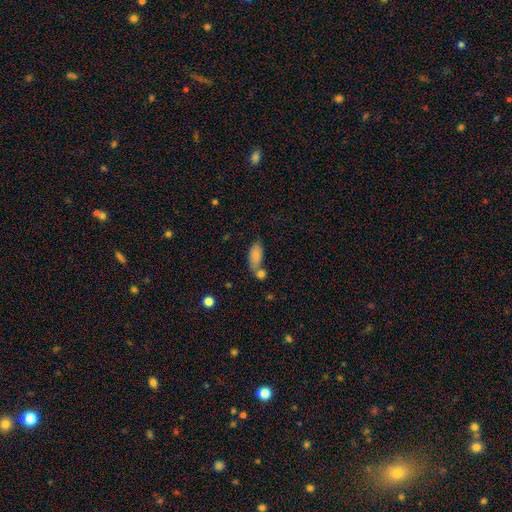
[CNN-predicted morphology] This is clearly a smooth galaxy (83%). How rounded: clearly in between (82%). Merging: marginally none (42%).